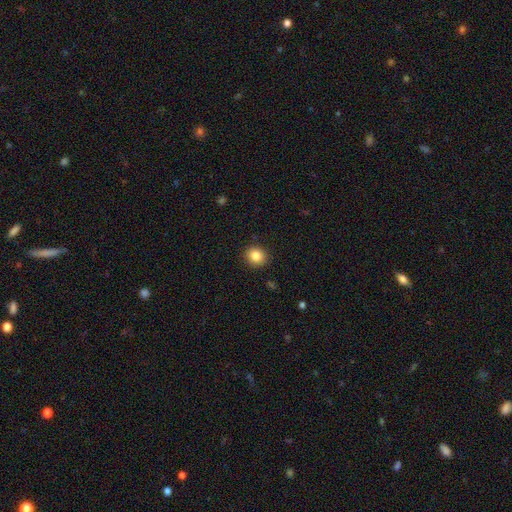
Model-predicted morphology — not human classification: Smooth or featured?
  - smooth: 85% *
  - star or artifact: 10%
  - featured or disk: 5%
How rounded?
  - round: 81% *
  - in between: 18%
  - cigar-shaped: 1%
Merging?
  - none: 90% *
  - minor disturbance: 7%
  - major disturbance: 2%
  - merger: 1%